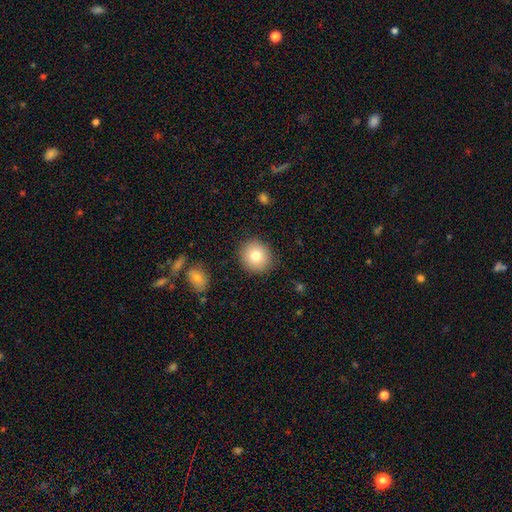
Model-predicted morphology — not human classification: Smooth or featured?
  - smooth: 79% *
  - featured or disk: 11%
  - star or artifact: 9%
How rounded?
  - round: 88% *
  - in between: 11%
  - cigar-shaped: 1%
Merging?
  - none: 89% *
  - minor disturbance: 7%
  - major disturbance: 2%
  - merger: 1%